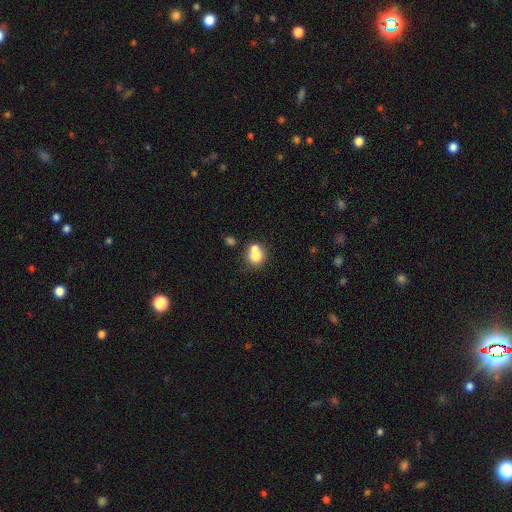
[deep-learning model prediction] Smooth or featured?
  - smooth: 72% *
  - featured or disk: 17%
  - star or artifact: 10%
How rounded?
  - round: 71% *
  - in between: 28%
  - cigar-shaped: 1%
Merging?
  - merger: 51% *
  - none: 35%
  - minor disturbance: 9%
  - major disturbance: 4%